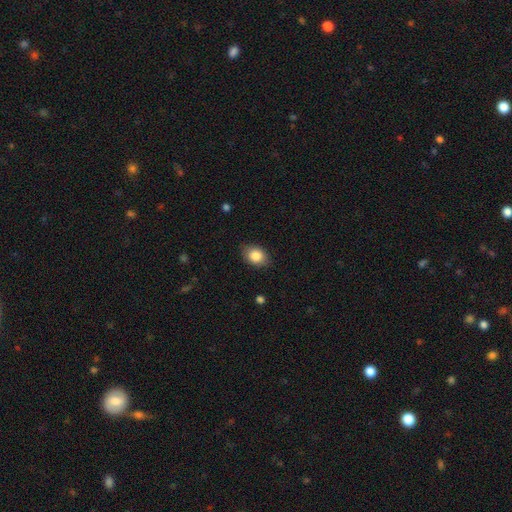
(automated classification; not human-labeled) A smooth galaxy with no disk features (85%) that is in between round and cigar-shaped (74%). Merging: none (84%).